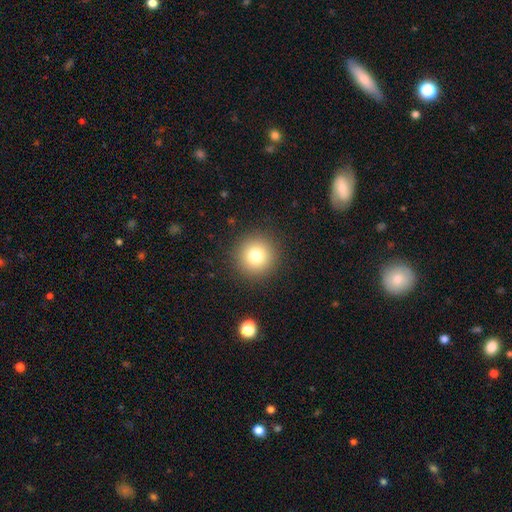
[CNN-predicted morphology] The model was most divided on "smooth or featured": smooth: 79%, star or artifact: 12%, featured or disk: 9%. More confident: how rounded — round (95%); merging — none (91%).